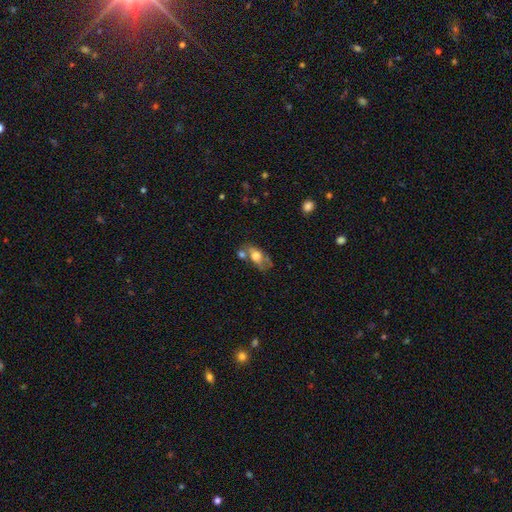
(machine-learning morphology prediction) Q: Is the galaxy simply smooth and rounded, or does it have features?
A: smooth — 61%.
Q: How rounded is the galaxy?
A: in between — 85%.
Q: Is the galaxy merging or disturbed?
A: none — 37%.